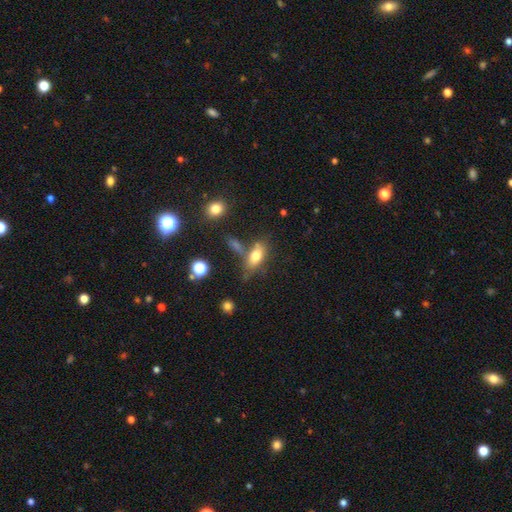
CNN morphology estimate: Smooth or featured? smooth (74%)
How rounded? in between (82%)
Merging? none (51%)